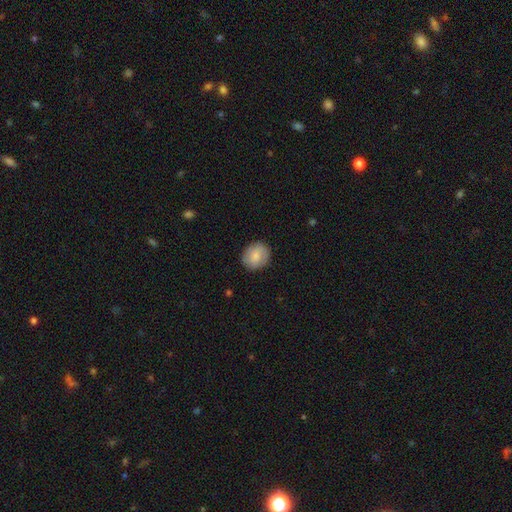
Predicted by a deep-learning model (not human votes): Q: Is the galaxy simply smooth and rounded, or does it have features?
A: smooth — 81%.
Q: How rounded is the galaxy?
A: round — 77%.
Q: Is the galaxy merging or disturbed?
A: none — 86%.